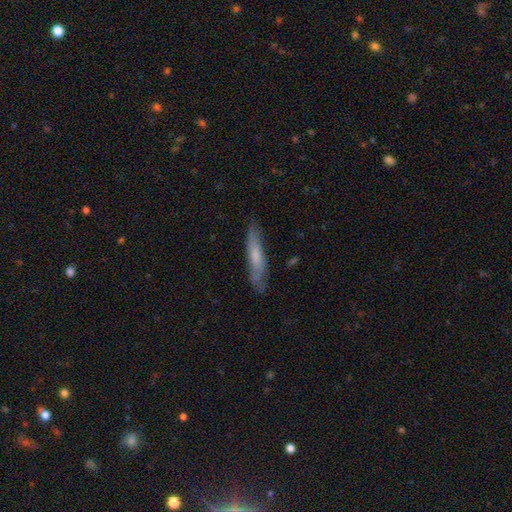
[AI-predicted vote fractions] Smooth or featured?
  - smooth: 57% *
  - featured or disk: 37%
  - star or artifact: 6%
How rounded?
  - cigar-shaped: 88% *
  - in between: 11%
  - round: 1%
Merging?
  - none: 78% *
  - minor disturbance: 17%
  - major disturbance: 4%
  - merger: 2%